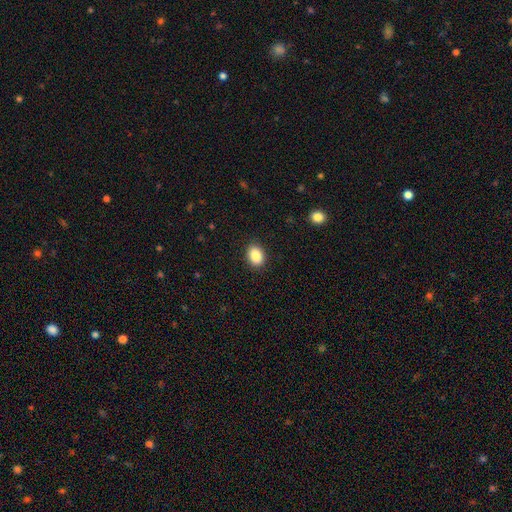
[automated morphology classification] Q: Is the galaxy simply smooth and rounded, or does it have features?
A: smooth — 88%.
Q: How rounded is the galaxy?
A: in between — 73%.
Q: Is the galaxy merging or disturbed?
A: none — 89%.